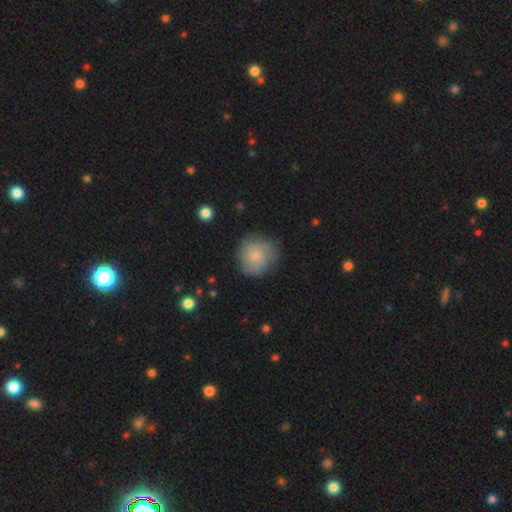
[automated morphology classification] smooth-or-featured: smooth: 53% | featured or disk: 40% | star or artifact: 7%
  how-rounded: round: 88% | in between: 11% | cigar-shaped: 1%
  merging: none: 73% | minor disturbance: 19% | major disturbance: 6% | merger: 2%